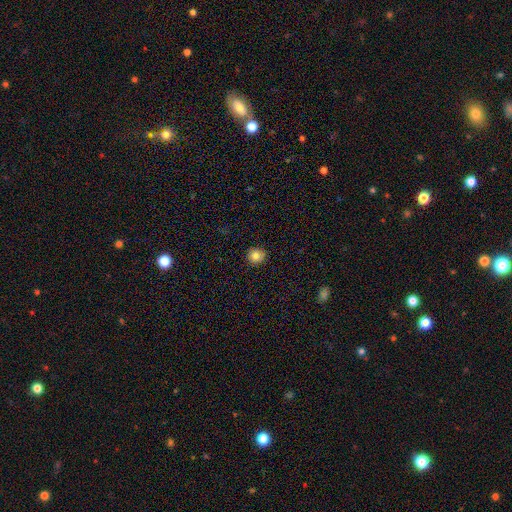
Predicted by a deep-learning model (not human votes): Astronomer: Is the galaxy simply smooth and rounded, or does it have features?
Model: smooth — 82%.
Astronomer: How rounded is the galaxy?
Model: round — 88%.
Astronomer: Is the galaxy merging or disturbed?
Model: none — 90%.